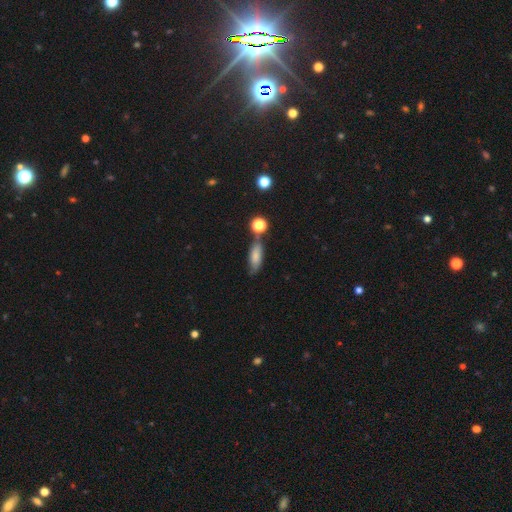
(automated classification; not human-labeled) Smooth or featured? Predicted: smooth (p=0.74). How rounded? Predicted: in between (p=0.65). Merging? Predicted: none (p=0.61).